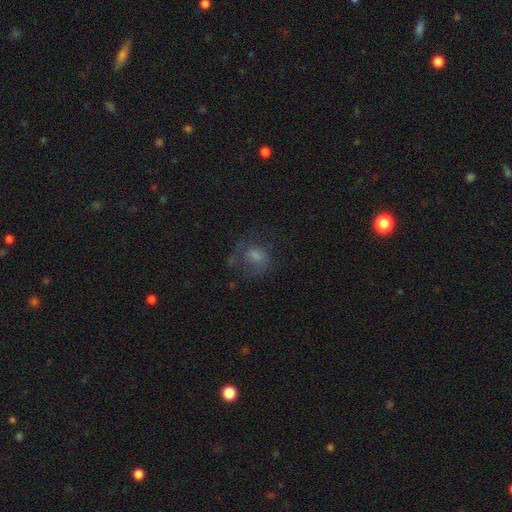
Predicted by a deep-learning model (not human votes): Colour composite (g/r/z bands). It shows a smooth galaxy with no disk features (44%). Merging: none (52%).